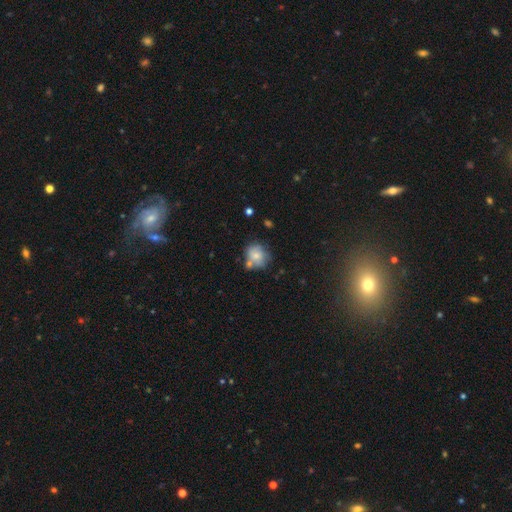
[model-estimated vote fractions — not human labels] A smooth galaxy with no disk features (69%) that is round (79%).

Vote fractions:
- Smooth or featured? smooth: 69% / featured or disk: 21% / star or artifact: 9%
- How rounded? round: 79% / in between: 20% / cigar-shaped: 1%
- Merging? none: 54% / minor disturbance: 21% / merger: 18% / major disturbance: 7%